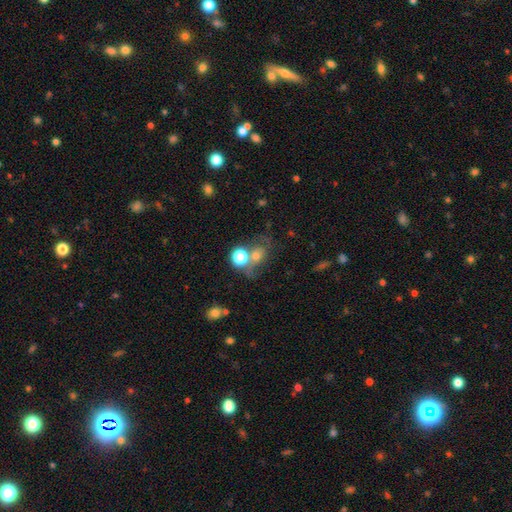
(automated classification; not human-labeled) A smooth galaxy with no disk features (54%) that is round (67%). Merging: none (45%).